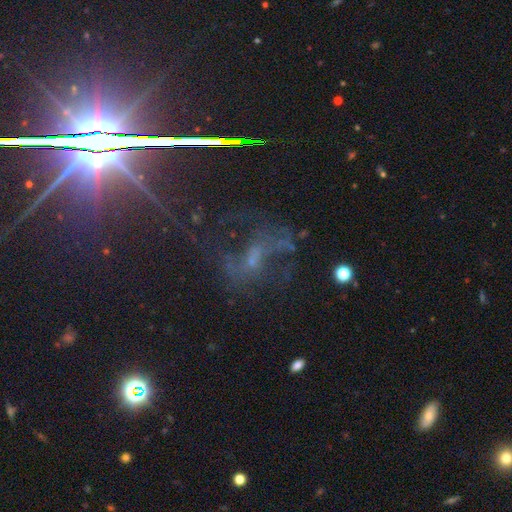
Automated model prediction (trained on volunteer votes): star or artifact 45%, featured or disk 43%, smooth 12%.